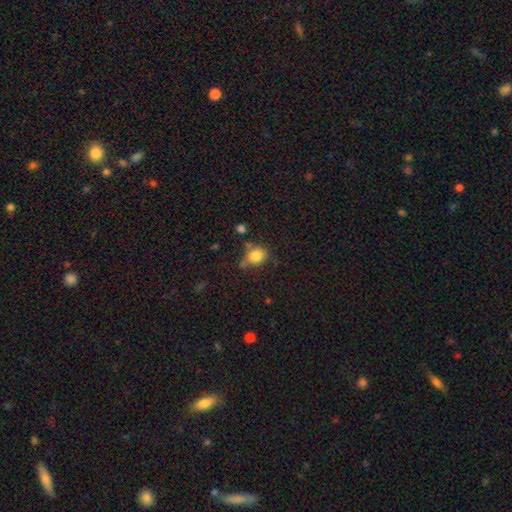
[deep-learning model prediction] Morphology: type=smooth (80%); roundness=round (63%); merging=none (56%).